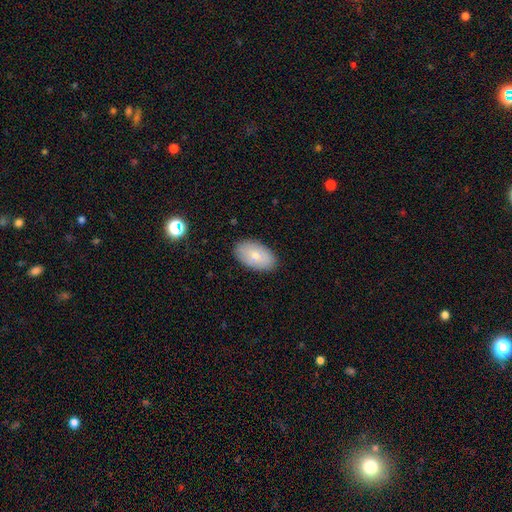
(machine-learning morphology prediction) smooth_or_featured: smooth (p=0.77) [alt: featured or disk p=0.17]
how_rounded: in between (p=0.94) [alt: round p=0.04]
merging: none (p=0.86) [alt: minor disturbance p=0.11]